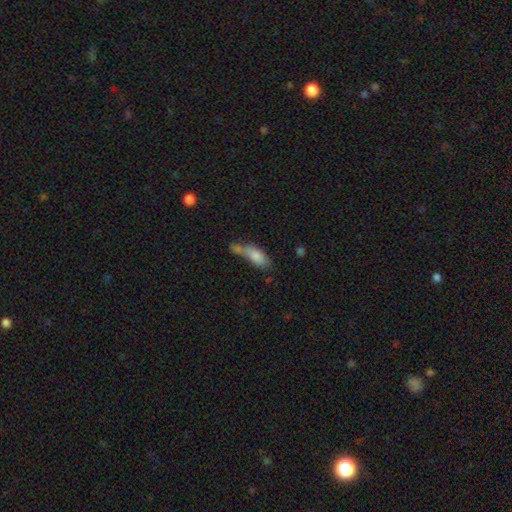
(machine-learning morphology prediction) Smooth or featured: smooth — 79% (featured or disk — 13%)
How rounded: in between — 71% (cigar-shaped — 26%)
Merging: merger — 46% (none — 27%)